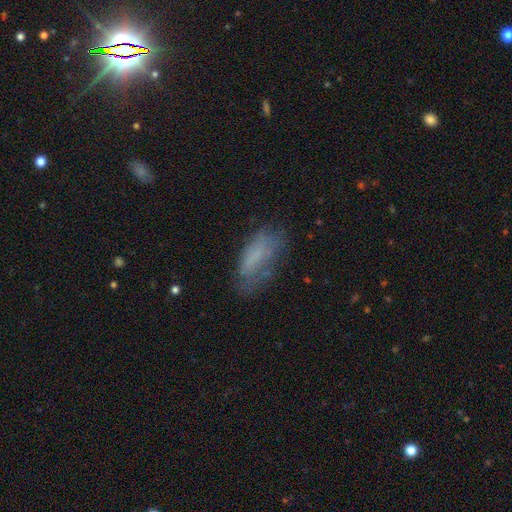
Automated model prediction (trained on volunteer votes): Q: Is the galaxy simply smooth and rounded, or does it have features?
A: smooth — 66%.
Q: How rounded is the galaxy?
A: in between — 78%.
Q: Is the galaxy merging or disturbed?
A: none — 54%.